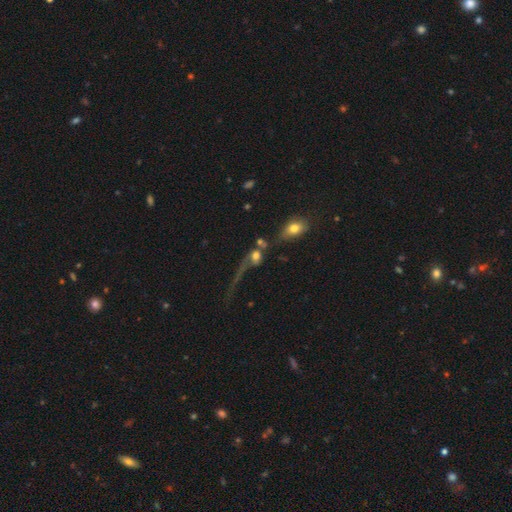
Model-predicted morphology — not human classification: Smooth or featured? Predicted: smooth (p=0.52). How rounded? Predicted: round (p=0.48). Merging? Predicted: major disturbance (p=0.39).